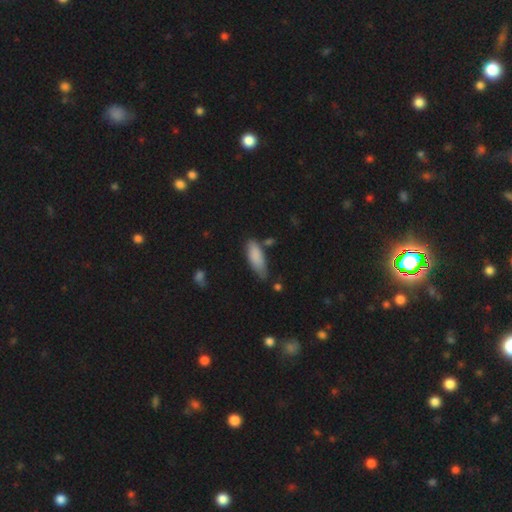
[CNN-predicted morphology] smooth 85%, featured or disk 8%, star or artifact 6%. Down the decision tree: how rounded — in between (65%); merging — none (61%).